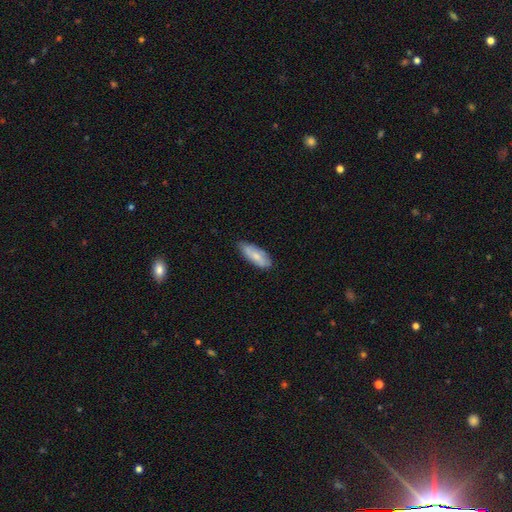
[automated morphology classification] A smooth galaxy with no disk features (72%) that is in between round and cigar-shaped (75%). Merging: none (75%).